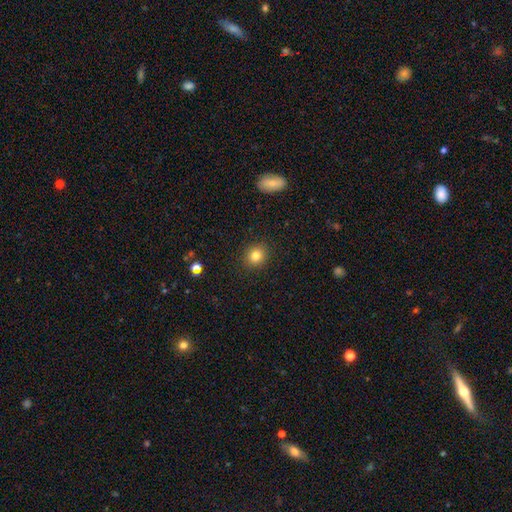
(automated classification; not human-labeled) Smooth or featured: smooth — 82% (star or artifact — 11%)
How rounded: round — 83% (in between — 16%)
Merging: none — 91% (minor disturbance — 6%)